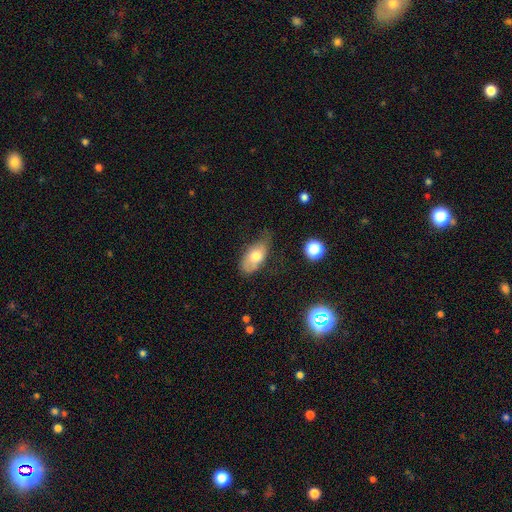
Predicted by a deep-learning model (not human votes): A smooth galaxy with no disk features (69%) that is in between round and cigar-shaped (90%). Merging: none (50%).